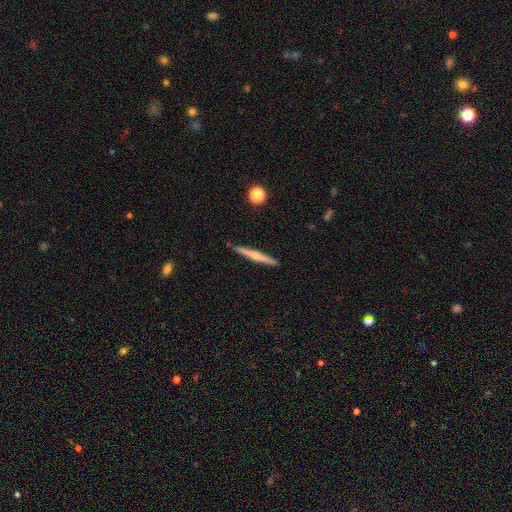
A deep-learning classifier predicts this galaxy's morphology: Smooth or featured? Predicted: featured or disk (p=0.57). Edge-on disk? Predicted: yes (p=0.98). Edge-on bulge? Predicted: rounded (p=0.68). Merging? Predicted: none (p=0.89).